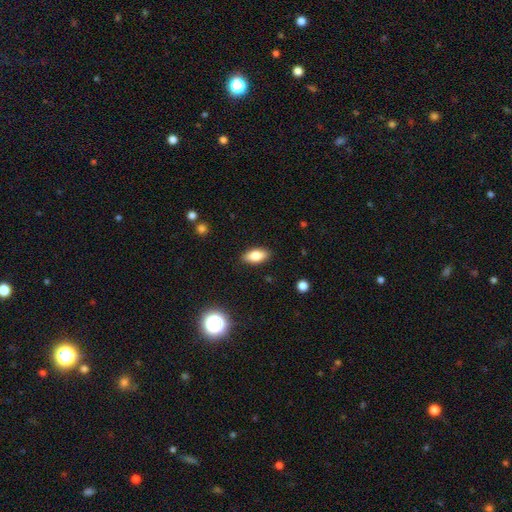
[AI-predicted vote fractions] A smooth galaxy with no disk features (81%) that is in between round and cigar-shaped (88%). Merging: none (88%).